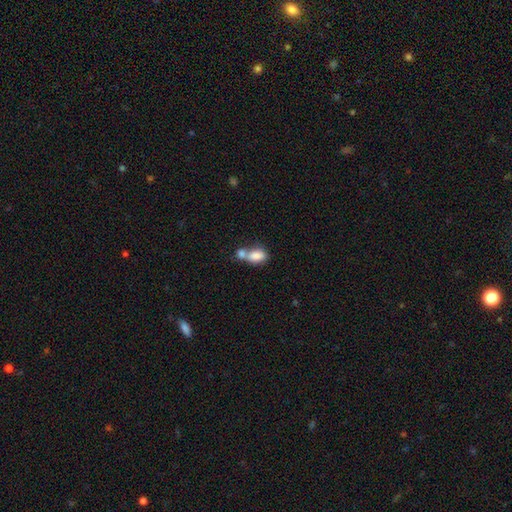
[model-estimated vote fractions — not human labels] smooth-or-featured: smooth: 81% | featured or disk: 11% | star or artifact: 8%
  how-rounded: in between: 83% | round: 15% | cigar-shaped: 3%
  merging: merger: 60% | none: 26% | minor disturbance: 9% | major disturbance: 5%